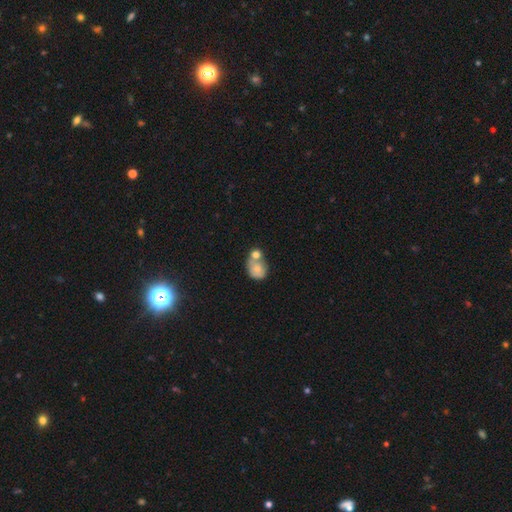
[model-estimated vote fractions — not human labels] A smooth galaxy with no disk features (71%) that is round (66%).

Vote fractions:
- Smooth or featured? smooth: 71% / featured or disk: 20% / star or artifact: 8%
- How rounded? round: 66% / in between: 33% / cigar-shaped: 1%
- Merging? merger: 58% / none: 28% / minor disturbance: 10% / major disturbance: 4%